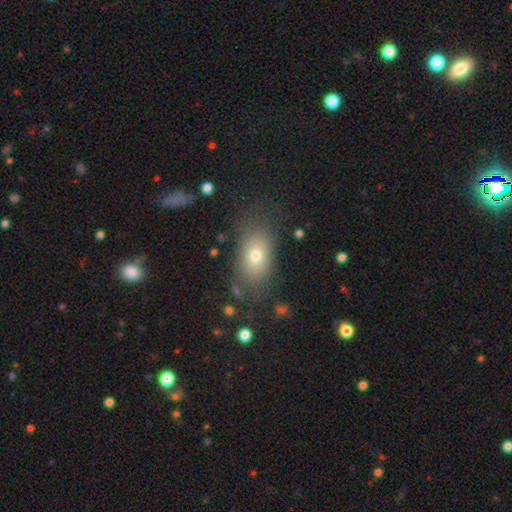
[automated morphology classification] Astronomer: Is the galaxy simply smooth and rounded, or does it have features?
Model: smooth — 71%.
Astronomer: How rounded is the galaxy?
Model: in between — 83%.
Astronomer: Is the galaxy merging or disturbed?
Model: none — 74%.